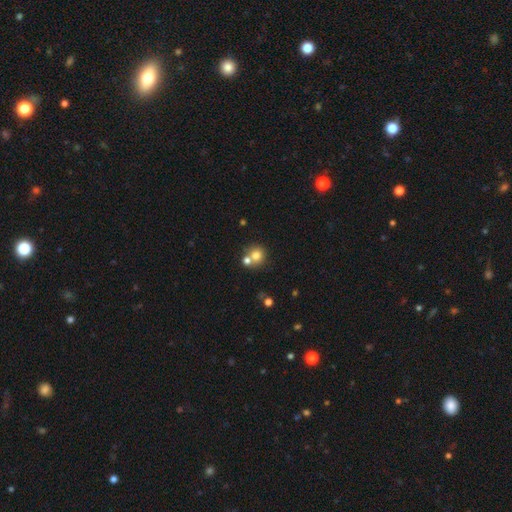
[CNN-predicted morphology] This appears to be a smooth galaxy with no disk features (76%) that is round (88%). Merging: none (54%).